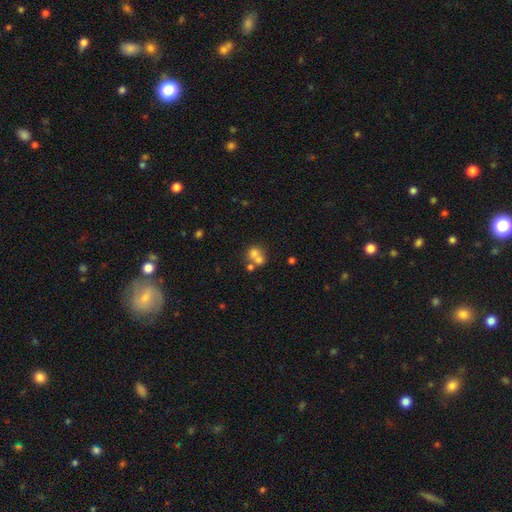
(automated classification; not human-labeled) This appears to be a smooth galaxy with no disk features (63%) that is round (78%). Merging: merger (56%).